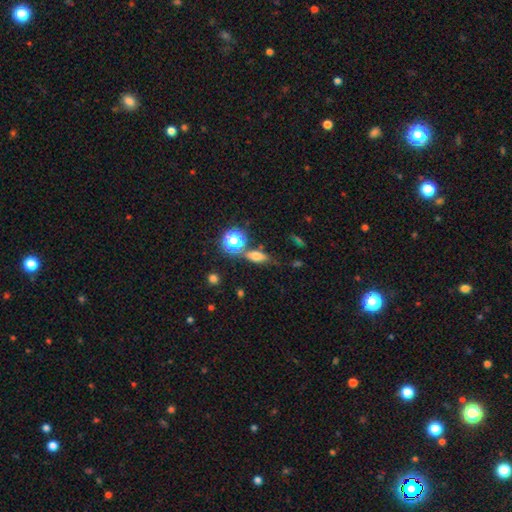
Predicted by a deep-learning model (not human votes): Smooth or featured?
  - smooth: 66% *
  - star or artifact: 20%
  - featured or disk: 14%
How rounded?
  - in between: 62% *
  - round: 20%
  - cigar-shaped: 19%
Merging?
  - none: 67% *
  - minor disturbance: 15%
  - merger: 13%
  - major disturbance: 6%